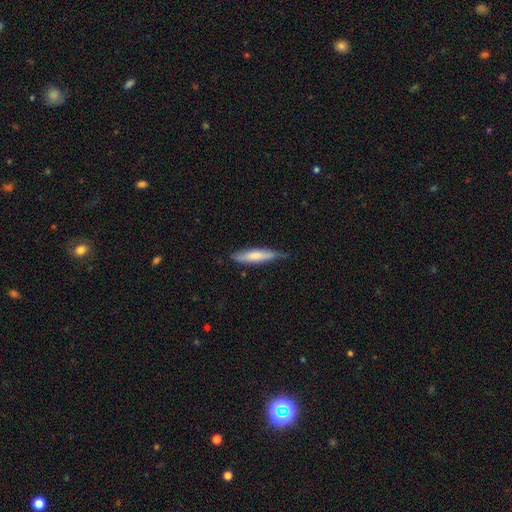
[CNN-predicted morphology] Smooth or featured? Predicted: smooth (p=0.70). How rounded? Predicted: cigar-shaped (p=0.83). Merging? Predicted: none (p=0.70).